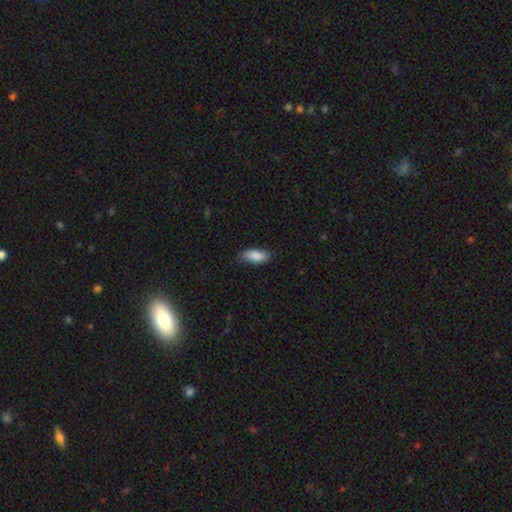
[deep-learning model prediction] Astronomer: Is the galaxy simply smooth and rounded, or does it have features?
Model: smooth — 85%.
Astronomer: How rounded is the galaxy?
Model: in between — 81%.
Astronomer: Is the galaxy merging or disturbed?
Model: none — 74%.